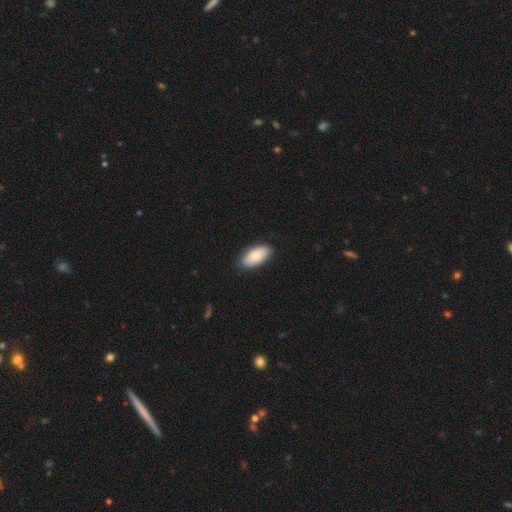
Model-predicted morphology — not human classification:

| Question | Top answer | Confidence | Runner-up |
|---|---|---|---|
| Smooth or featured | smooth | 82% | featured or disk (12%) |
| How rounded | in between | 93% | cigar-shaped (5%) |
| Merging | none | 87% | minor disturbance (10%) |